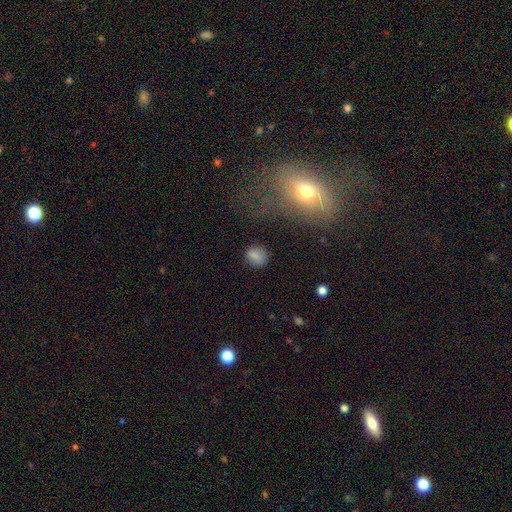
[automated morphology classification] Smooth or featured? smooth (81%)
How rounded? round (66%)
Merging? none (80%)